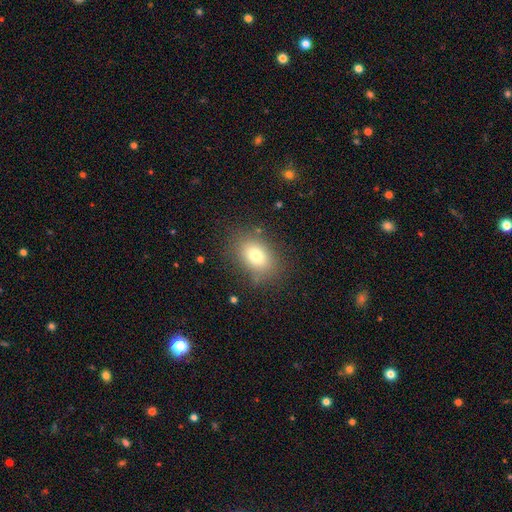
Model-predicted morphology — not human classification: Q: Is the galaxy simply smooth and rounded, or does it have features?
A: smooth — 76%.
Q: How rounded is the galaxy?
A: in between — 72%.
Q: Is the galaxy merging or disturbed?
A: none — 80%.